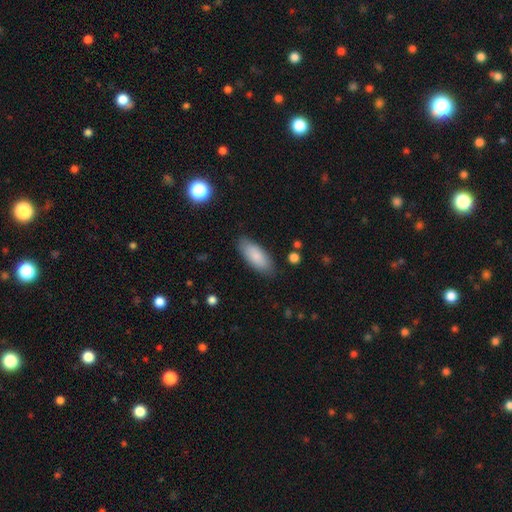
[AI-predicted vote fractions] Smooth or featured? Predicted: smooth (p=0.83). How rounded? Predicted: in between (p=0.79). Merging? Predicted: none (p=0.84).